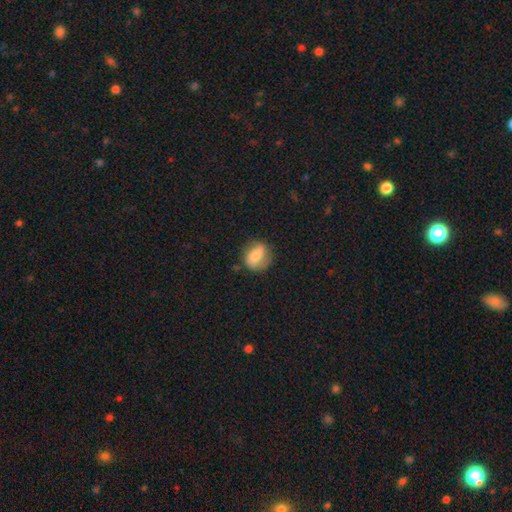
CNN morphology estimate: smooth-or-featured: smooth: 60% | featured or disk: 32% | star or artifact: 8%
  how-rounded: round: 51% | in between: 47% | cigar-shaped: 2%
  merging: none: 66% | minor disturbance: 23% | major disturbance: 9% | merger: 2%